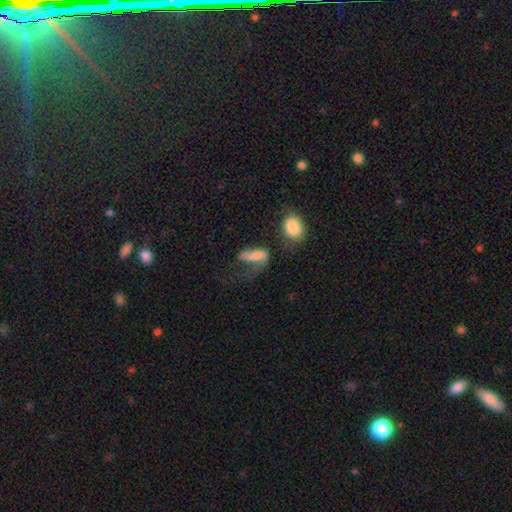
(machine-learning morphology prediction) Smooth or featured? smooth (63%)
How rounded? in between (75%)
Merging? major disturbance (42%)